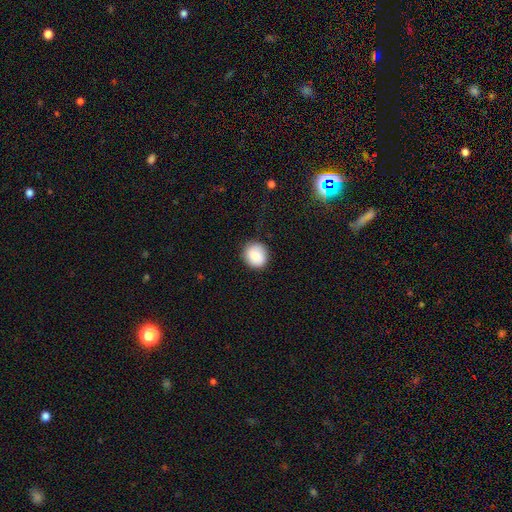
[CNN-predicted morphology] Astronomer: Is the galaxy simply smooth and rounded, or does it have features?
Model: smooth — 85%.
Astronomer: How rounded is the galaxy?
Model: round — 84%.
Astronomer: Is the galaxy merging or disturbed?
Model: none — 85%.